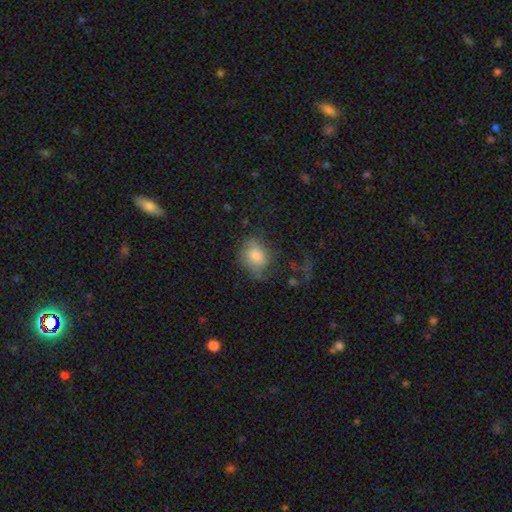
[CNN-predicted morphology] This appears to be a smooth galaxy with no disk features (78%) that is in between round and cigar-shaped (52%). Merging: none (53%).